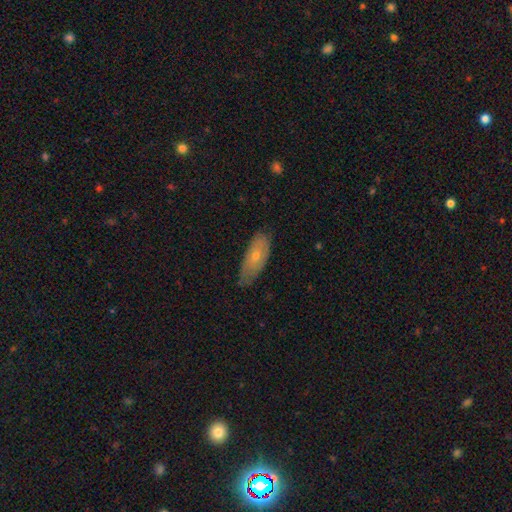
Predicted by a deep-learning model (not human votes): Morphology: type=smooth (56%); roundness=in between (72%); merging=none (69%).